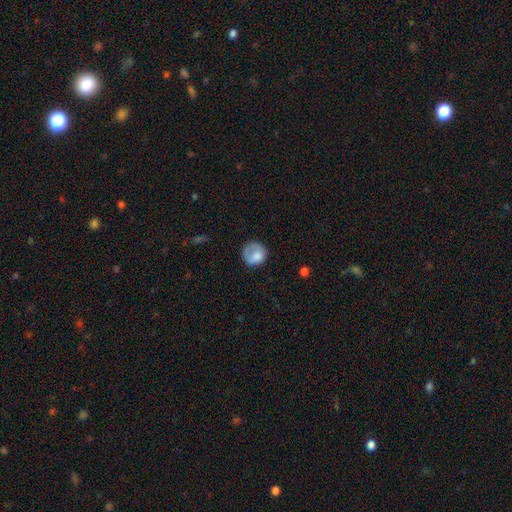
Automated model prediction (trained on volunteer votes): Overall: smooth (73%). How rounded: round (80%). Merging: none (51%; minor disturbance 27%).